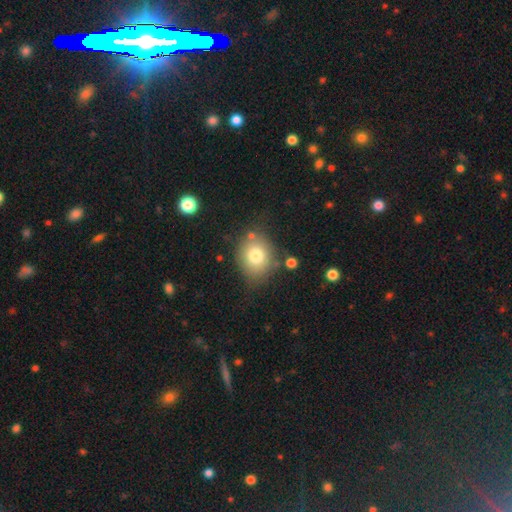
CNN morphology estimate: Smooth or featured: smooth — 77% (featured or disk — 12%)
How rounded: round — 64% (in between — 35%)
Merging: none — 75% (minor disturbance — 15%)